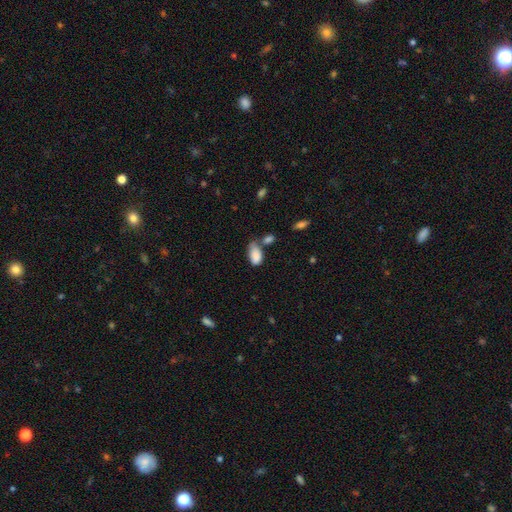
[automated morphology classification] A smooth galaxy with no disk features (85%) that is in between round and cigar-shaped (94%).

Vote fractions:
- Smooth or featured? smooth: 85% / featured or disk: 8% / star or artifact: 8%
- How rounded? in between: 94% / round: 4% / cigar-shaped: 2%
- Merging? none: 36% / minor disturbance: 29% / merger: 24% / major disturbance: 11%